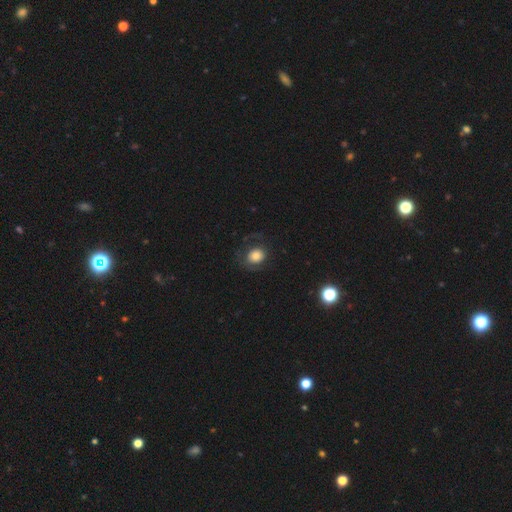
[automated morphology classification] smooth_or_featured: smooth (p=0.67) [alt: featured or disk p=0.23]
how_rounded: round (p=0.68) [alt: in between p=0.31]
merging: none (p=0.64) [alt: major disturbance p=0.18]